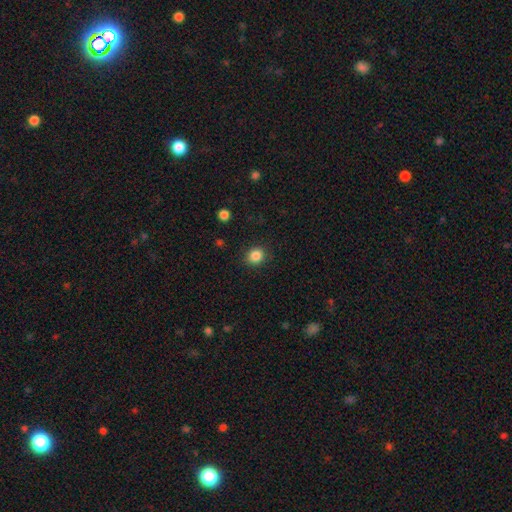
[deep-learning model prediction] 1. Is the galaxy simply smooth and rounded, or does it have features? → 85% smooth, 11% star or artifact, 4% featured or disk.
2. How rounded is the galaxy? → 80% round, 19% in between, 1% cigar-shaped.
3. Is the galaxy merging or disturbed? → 88% none, 8% minor disturbance, 3% major disturbance, 1% merger.